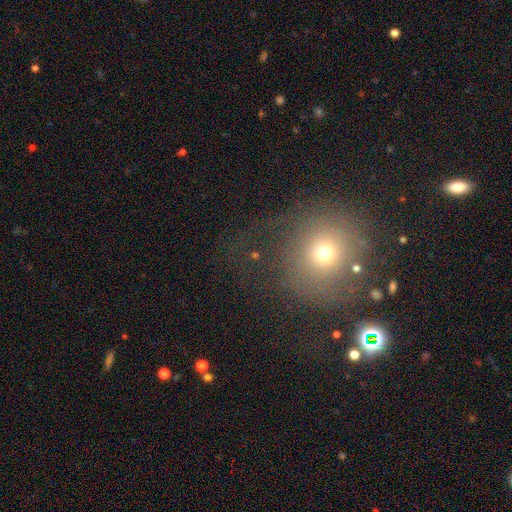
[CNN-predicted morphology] type=smooth (56%); roundness=round (89%); merging=none (72%).